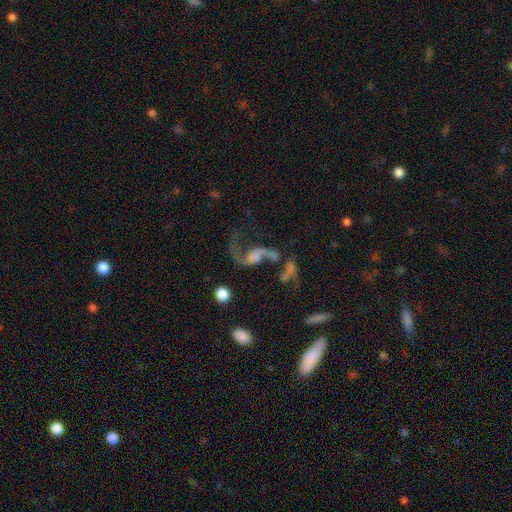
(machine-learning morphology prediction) Q: Smooth or featured?
A: featured or disk (80%); runner-up: smooth (10%)
Q: Edge-on disk?
A: no (96%); runner-up: yes (4%)
Q: Bar?
A: no (57%); runner-up: weak (33%)
Q: Spiral arms?
A: yes (91%); runner-up: no (9%)
Q: Spiral winding?
A: loose (84%); runner-up: medium (13%)
Q: Spiral arm count?
A: 2 (80%); runner-up: 1 (15%)
Q: Bulge size?
A: none (36%); runner-up: small (27%)
Q: Merging?
A: none (40%); runner-up: major disturbance (26%)